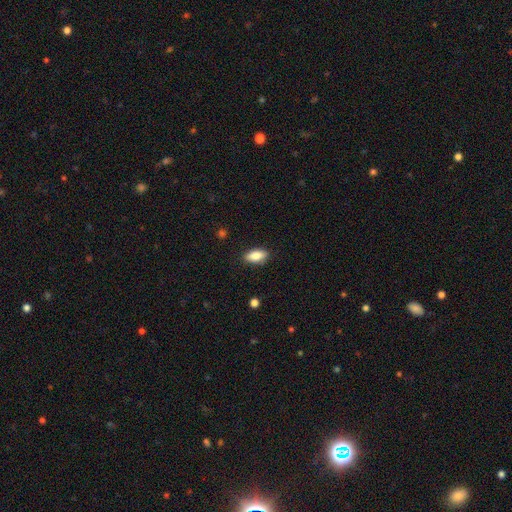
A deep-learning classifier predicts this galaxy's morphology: Smooth or featured? Predicted: smooth (p=0.84). How rounded? Predicted: in between (p=0.86). Merging? Predicted: none (p=0.87).